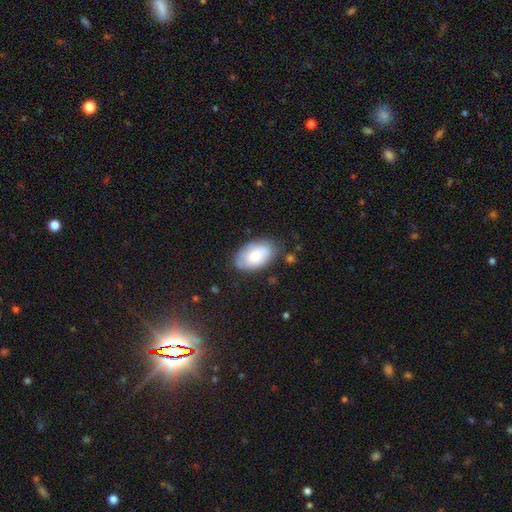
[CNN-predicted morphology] Smooth or featured: smooth — 67% (featured or disk — 27%)
How rounded: in between — 93% (round — 6%)
Merging: none — 71% (minor disturbance — 21%)